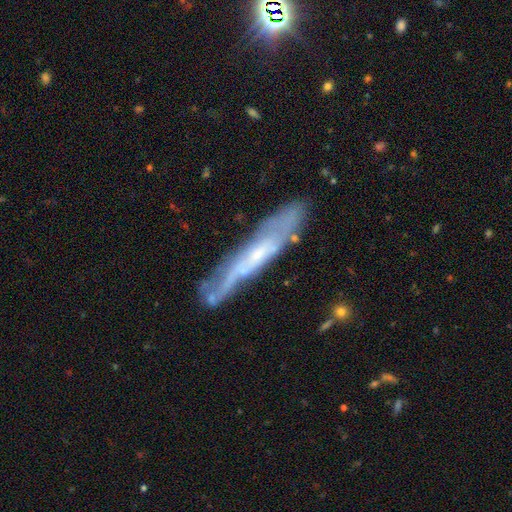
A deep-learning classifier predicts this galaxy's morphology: This appears to be a featured or disk galaxy (68%) viewed edge-on (64%). Merging: none (72%).